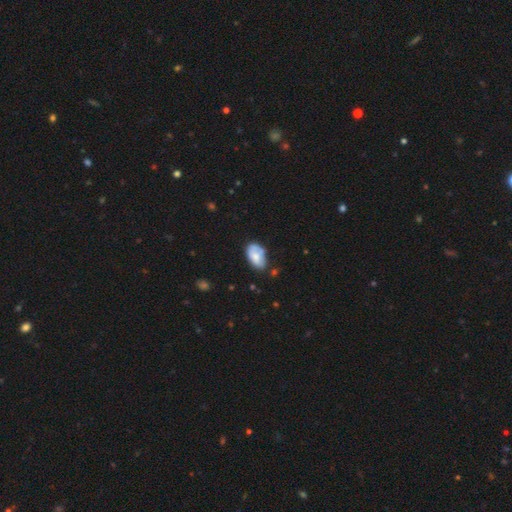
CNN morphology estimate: Smooth or featured? Predicted: smooth (p=0.68). How rounded? Predicted: in between (p=0.92). Merging? Predicted: none (p=0.49).